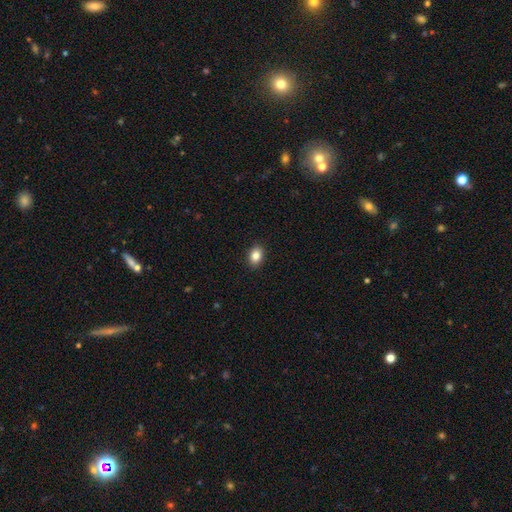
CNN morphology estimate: smooth-or-featured: smooth: 85% | star or artifact: 9% | featured or disk: 6%
  how-rounded: in between: 72% | round: 27% | cigar-shaped: 1%
  merging: none: 90% | minor disturbance: 7% | major disturbance: 2% | merger: 1%